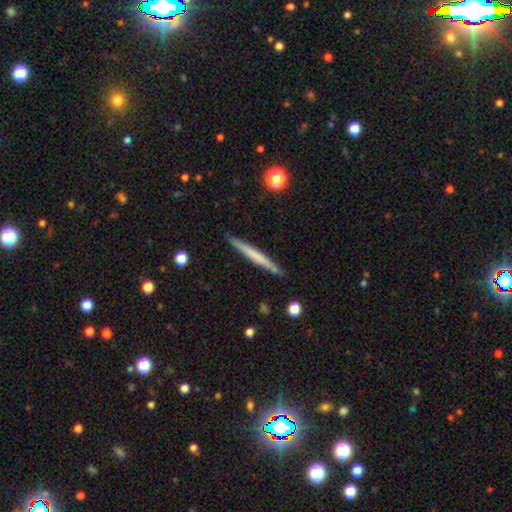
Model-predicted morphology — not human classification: smooth-or-featured: smooth: 56% | featured or disk: 39% | star or artifact: 6%
  how-rounded: cigar-shaped: 97% | in between: 2% | round: 1%
  merging: none: 88% | minor disturbance: 9% | merger: 2% | major disturbance: 2%